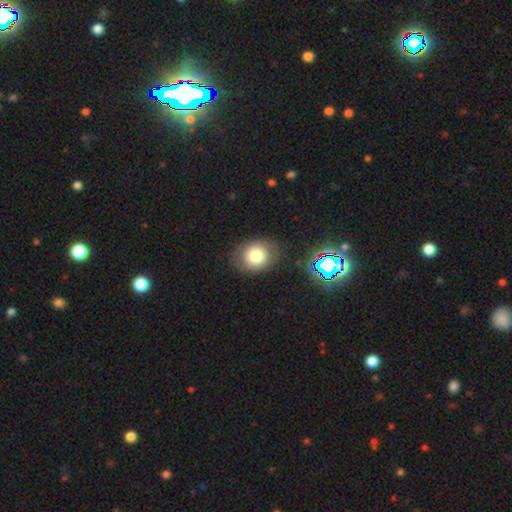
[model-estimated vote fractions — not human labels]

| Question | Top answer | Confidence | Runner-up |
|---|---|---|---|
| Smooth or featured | smooth | 76% | star or artifact (12%) |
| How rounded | round | 60% | in between (39%) |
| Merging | none | 82% | minor disturbance (12%) |